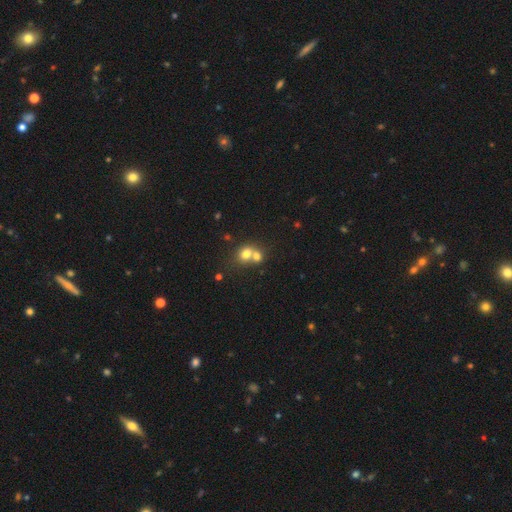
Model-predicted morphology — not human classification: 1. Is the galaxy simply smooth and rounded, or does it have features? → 71% smooth, 16% featured or disk, 12% star or artifact.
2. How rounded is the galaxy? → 65% round, 34% in between, 1% cigar-shaped.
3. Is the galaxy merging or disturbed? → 63% merger, 28% none, 6% minor disturbance, 3% major disturbance.